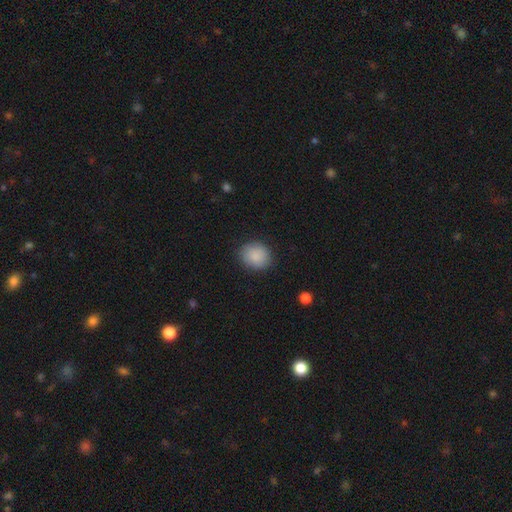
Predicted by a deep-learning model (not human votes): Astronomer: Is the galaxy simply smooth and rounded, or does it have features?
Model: smooth — 87%.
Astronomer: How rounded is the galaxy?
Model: round — 72%.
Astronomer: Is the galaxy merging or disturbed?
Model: none — 85%.